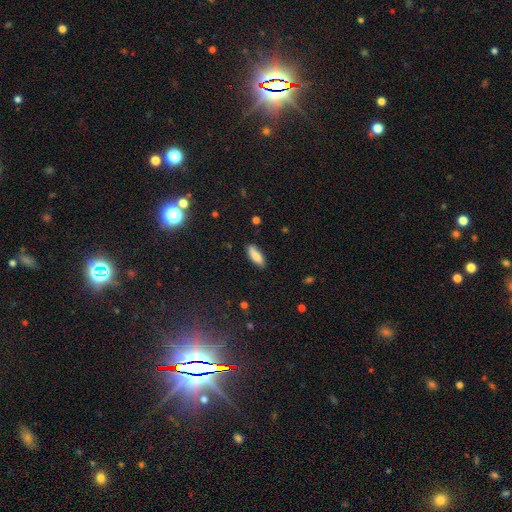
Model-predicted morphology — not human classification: This is clearly a smooth galaxy (84%). How rounded: likely in between (60%). Merging: clearly none (82%).